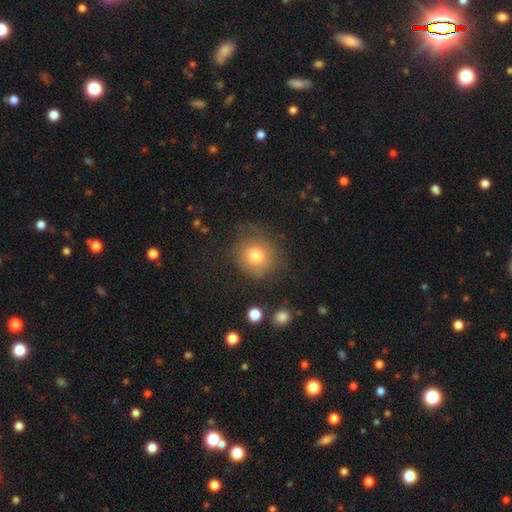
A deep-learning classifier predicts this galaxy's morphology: smooth-or-featured: smooth: 74% | featured or disk: 15% | star or artifact: 11%
  how-rounded: round: 86% | in between: 13% | cigar-shaped: 1%
  merging: none: 66% | minor disturbance: 20% | major disturbance: 12% | merger: 2%